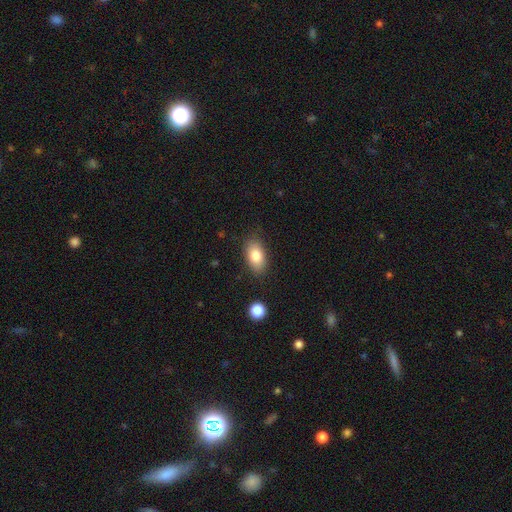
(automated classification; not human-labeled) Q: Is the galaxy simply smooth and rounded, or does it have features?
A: smooth — 81%.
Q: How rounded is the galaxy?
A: in between — 91%.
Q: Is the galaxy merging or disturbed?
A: none — 84%.